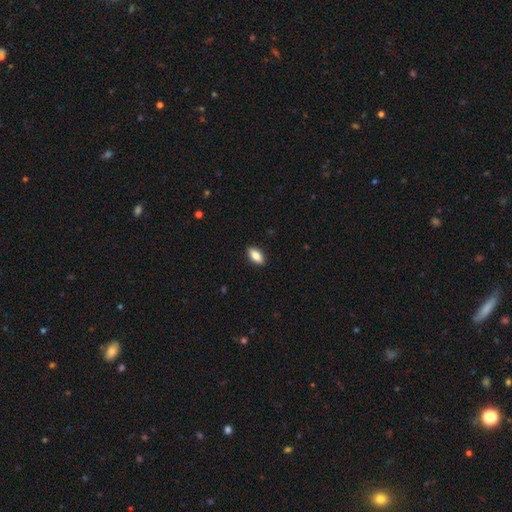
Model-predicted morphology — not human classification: Smooth or featured? Predicted: smooth (p=0.81). How rounded? Predicted: in between (p=0.87). Merging? Predicted: none (p=0.90).